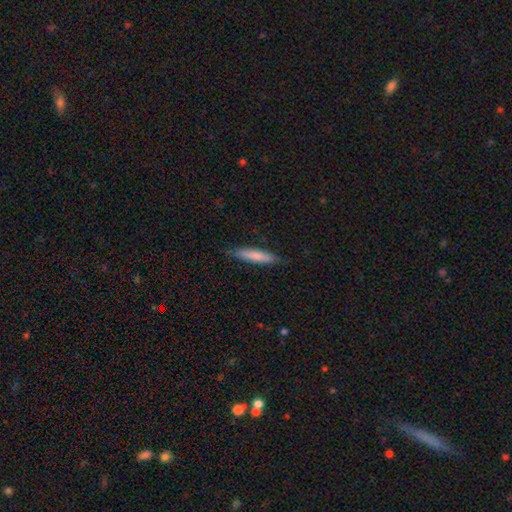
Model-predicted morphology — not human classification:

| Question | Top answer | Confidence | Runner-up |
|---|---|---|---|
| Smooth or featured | smooth | 77% | featured or disk (18%) |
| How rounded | cigar-shaped | 87% | in between (12%) |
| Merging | none | 85% | minor disturbance (12%) |